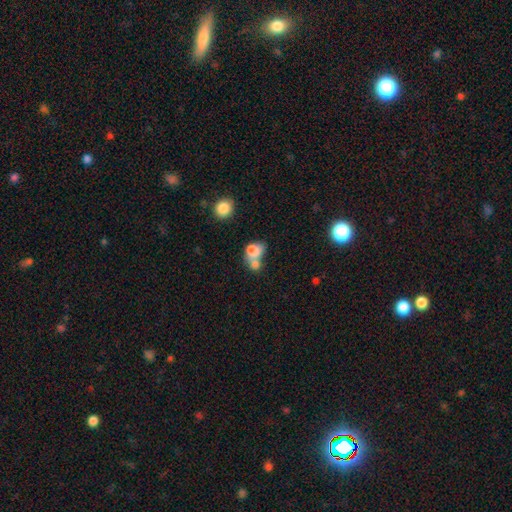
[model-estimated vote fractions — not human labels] The model was most divided on "how rounded": in between: 60%, round: 39%, cigar-shaped: 1%. More confident: smooth or featured — smooth (72%); merging — merger (65%).